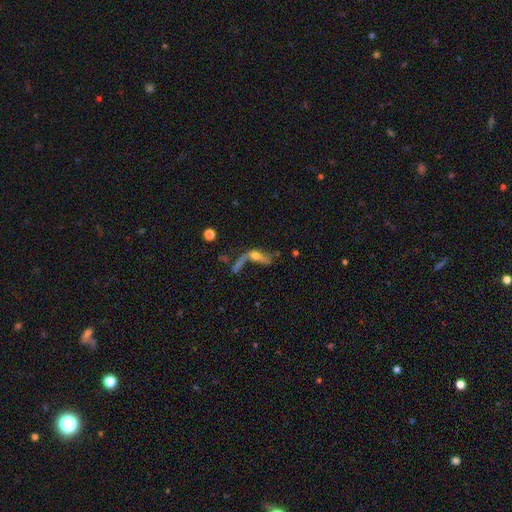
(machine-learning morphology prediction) This is possibly a featured or disk galaxy (50%). Merging: marginally major disturbance (34%).